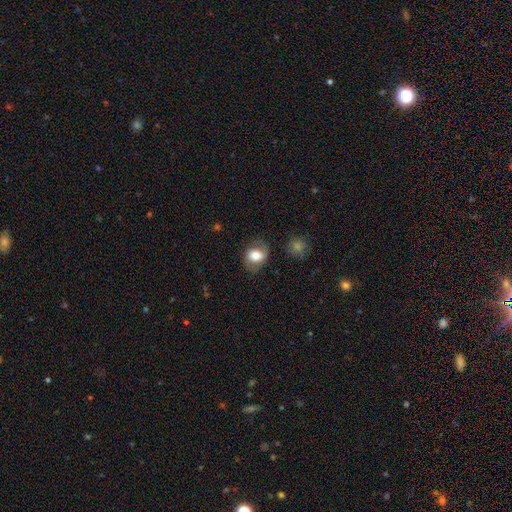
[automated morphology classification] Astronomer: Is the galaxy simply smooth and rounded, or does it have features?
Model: smooth — 65%.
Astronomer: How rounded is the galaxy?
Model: in between — 61% (runner-up: round, 37%).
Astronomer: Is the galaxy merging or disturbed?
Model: none — 73%.